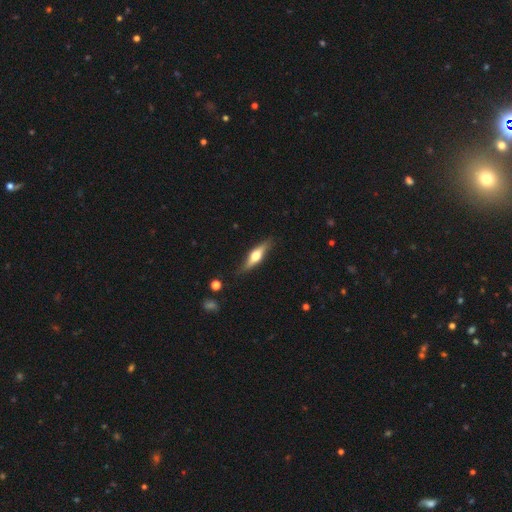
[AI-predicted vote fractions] Smooth or featured? Predicted: featured or disk (p=0.55). Edge-on disk? Predicted: yes (p=0.92). Edge-on bulge? Predicted: rounded (p=0.92). Merging? Predicted: none (p=0.83).